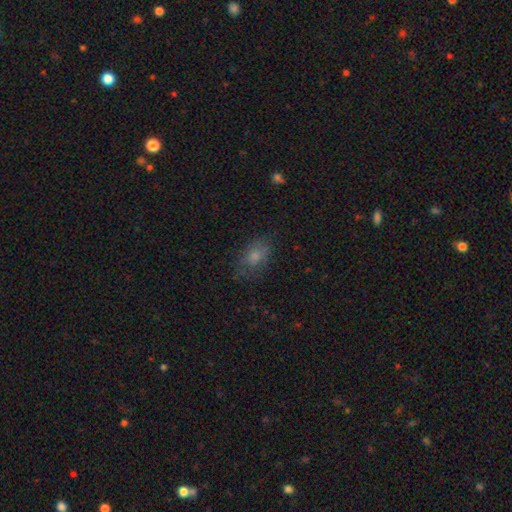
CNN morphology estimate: The model was most divided on "smooth or featured": smooth: 63%, featured or disk: 19%, star or artifact: 18%. More confident: how rounded — in between (79%); merging — none (73%).